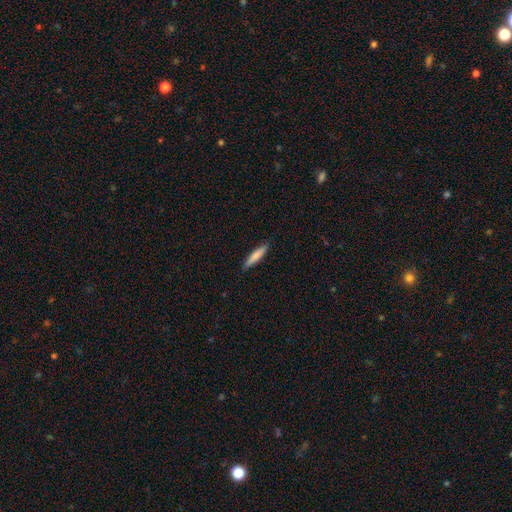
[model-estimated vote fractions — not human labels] Smooth or featured? smooth (77%)
How rounded? cigar-shaped (88%)
Merging? none (88%)